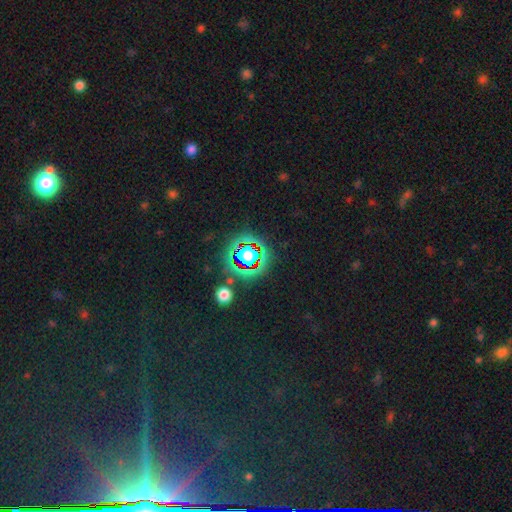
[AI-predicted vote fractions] The model was most divided on "smooth or featured": star or artifact: 77%, smooth: 13%, featured or disk: 10%.